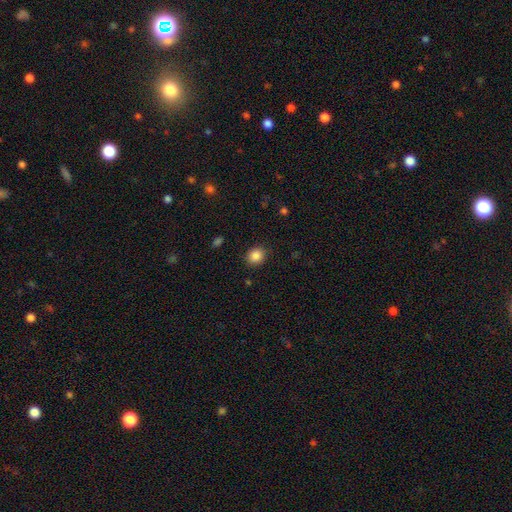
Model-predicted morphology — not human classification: This is clearly a smooth galaxy (87%). How rounded: likely round (70%). Merging: clearly none (87%).